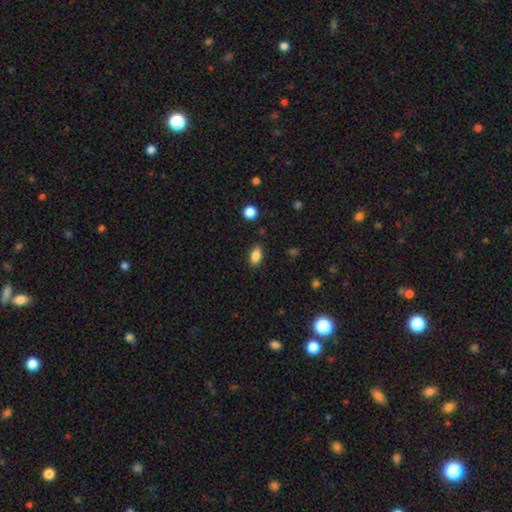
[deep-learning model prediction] Smooth or featured: smooth — 85% (star or artifact — 9%)
How rounded: in between — 88% (round — 8%)
Merging: none — 85% (minor disturbance — 11%)